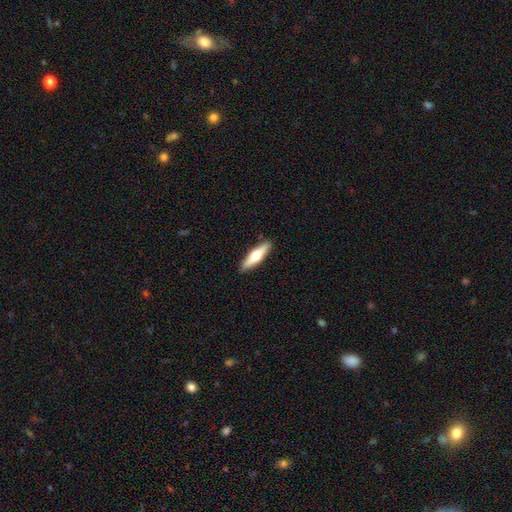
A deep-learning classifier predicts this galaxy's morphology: Smooth or featured? smooth (48%)
Merging? none (90%)